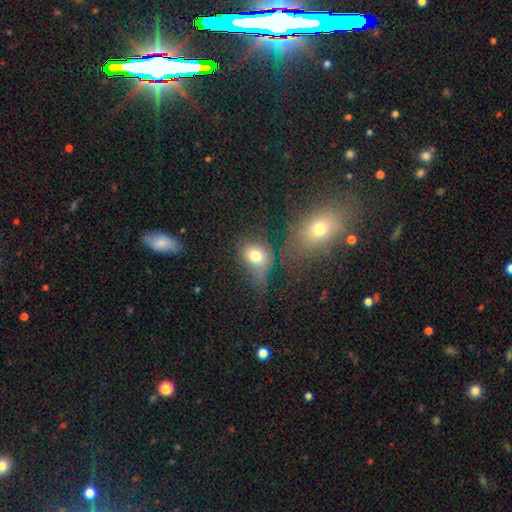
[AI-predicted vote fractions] This appears to be a smooth galaxy with no disk features (73%) that is round (51%). Merging: none (35%).